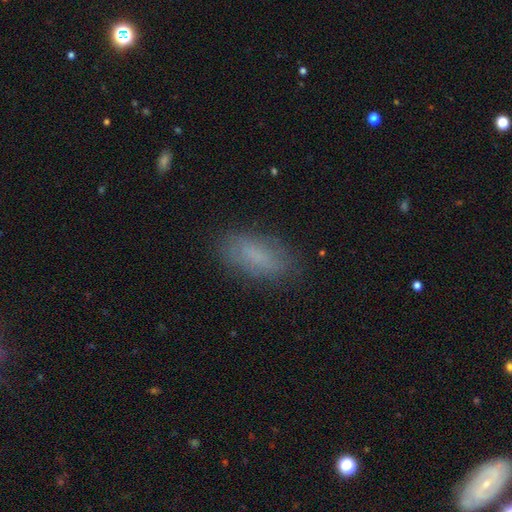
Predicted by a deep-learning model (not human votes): Q: Smooth or featured?
A: smooth (77%); runner-up: featured or disk (14%)
Q: How rounded?
A: in between (83%); runner-up: cigar-shaped (14%)
Q: Merging?
A: none (80%); runner-up: minor disturbance (14%)